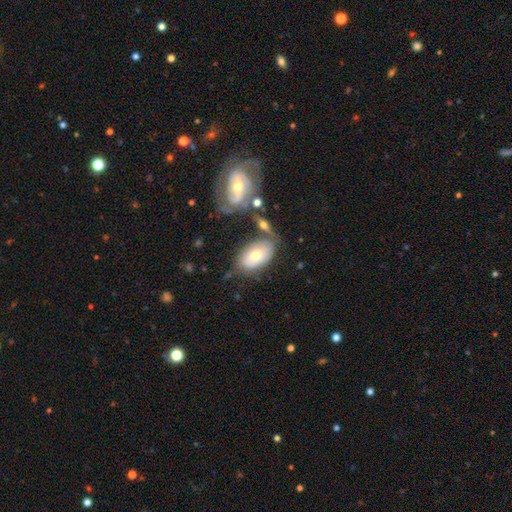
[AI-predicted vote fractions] A smooth galaxy with no disk features (62%) that is in between round and cigar-shaped (90%).

Vote fractions:
- Smooth or featured? smooth: 62% / featured or disk: 31% / star or artifact: 7%
- How rounded? in between: 90% / round: 9% / cigar-shaped: 2%
- Merging? none: 52% / merger: 20% / minor disturbance: 20% / major disturbance: 9%